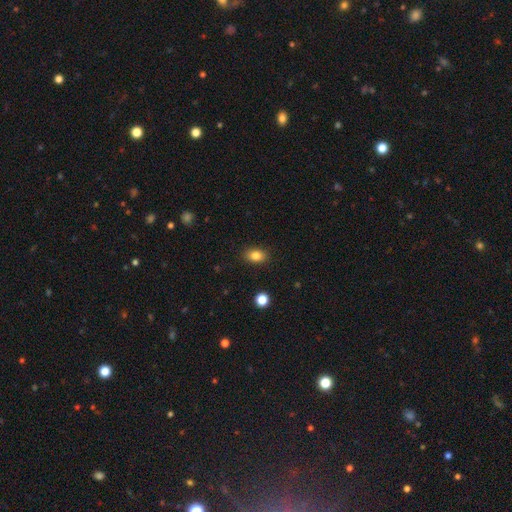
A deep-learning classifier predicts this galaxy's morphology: Q: Smooth or featured?
A: smooth (83%); runner-up: star or artifact (10%)
Q: How rounded?
A: in between (77%); runner-up: round (21%)
Q: Merging?
A: none (88%); runner-up: minor disturbance (9%)